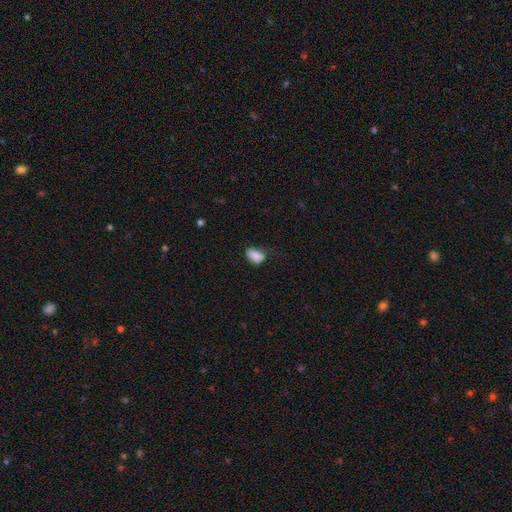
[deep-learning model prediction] Morphology: type=smooth (84%); roundness=in between (89%); merging=none (46%).